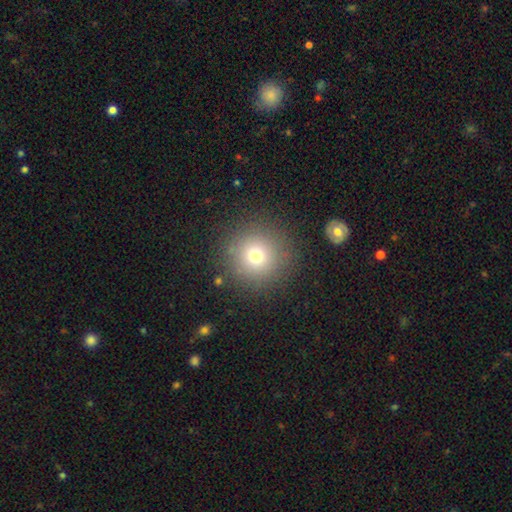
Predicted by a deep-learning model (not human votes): A smooth galaxy with no disk features (73%) that is round (95%).

Vote fractions:
- Smooth or featured? smooth: 73% / star or artifact: 16% / featured or disk: 11%
- How rounded? round: 95% / in between: 4% / cigar-shaped: 1%
- Merging? none: 87% / minor disturbance: 8% / major disturbance: 4% / merger: 2%